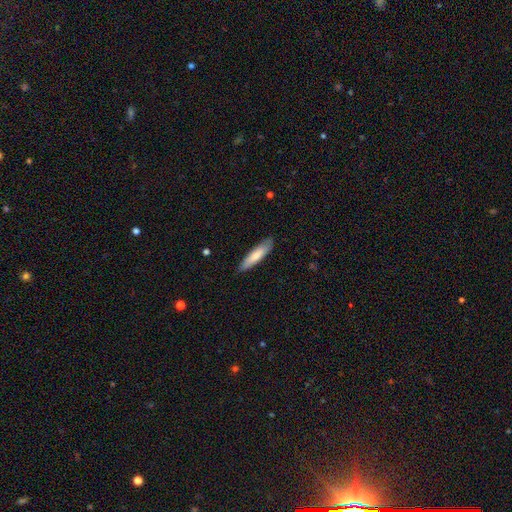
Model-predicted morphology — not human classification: smooth 76%, featured or disk 19%, star or artifact 5%. Down the decision tree: how rounded — cigar-shaped (75%); merging — none (85%).